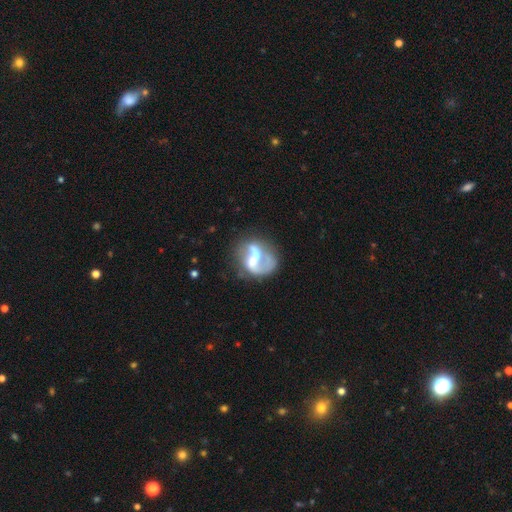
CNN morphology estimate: Smooth or featured?
  - featured or disk: 70% *
  - smooth: 21%
  - star or artifact: 8%
Edge-on disk?
  - no: 97% *
  - yes: 3%
Bar?
  - weak: 36% *
  - no: 33%
  - strong: 30%
Spiral arms?
  - yes: 70% *
  - no: 30%
Bulge size?
  - moderate: 37% *
  - small: 30%
  - none: 22%
  - large: 9%
  - dominant: 2%
Merging?
  - none: 41% *
  - major disturbance: 26%
  - minor disturbance: 18%
  - merger: 15%